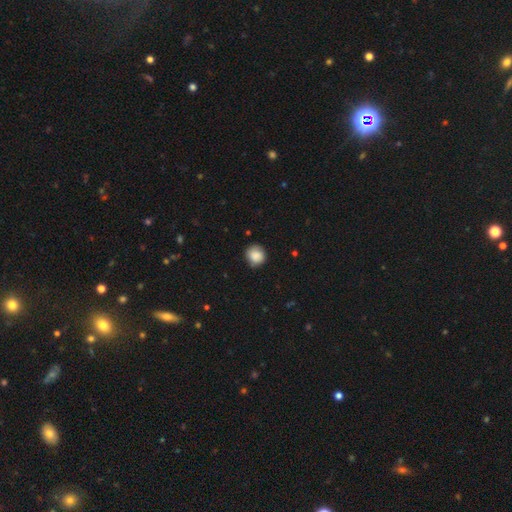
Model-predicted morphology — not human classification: Smooth or featured?
  - smooth: 87% *
  - star or artifact: 8%
  - featured or disk: 5%
How rounded?
  - round: 86% *
  - in between: 13%
  - cigar-shaped: 1%
Merging?
  - none: 80% *
  - minor disturbance: 16%
  - major disturbance: 3%
  - merger: 1%